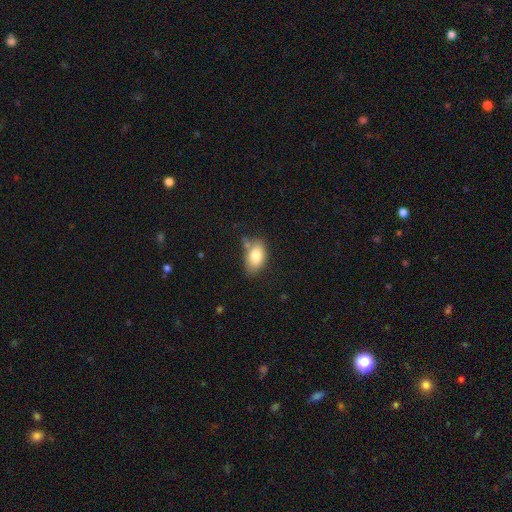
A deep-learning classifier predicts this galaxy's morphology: type=smooth (80%); roundness=in between (90%); merging=none (64%).